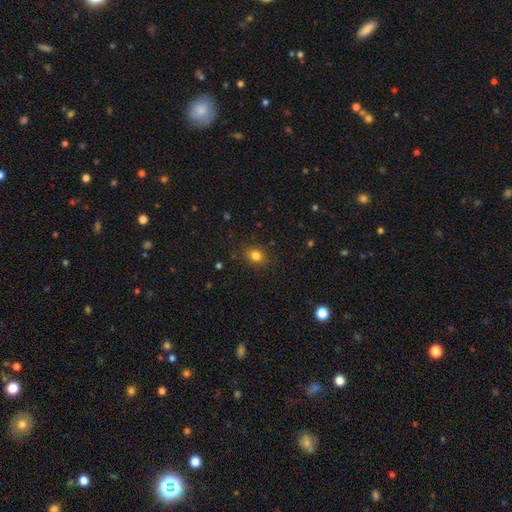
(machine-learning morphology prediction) Q: Smooth or featured?
A: smooth (81%); runner-up: star or artifact (13%)
Q: How rounded?
A: round (62%); runner-up: in between (37%)
Q: Merging?
A: none (86%); runner-up: minor disturbance (10%)